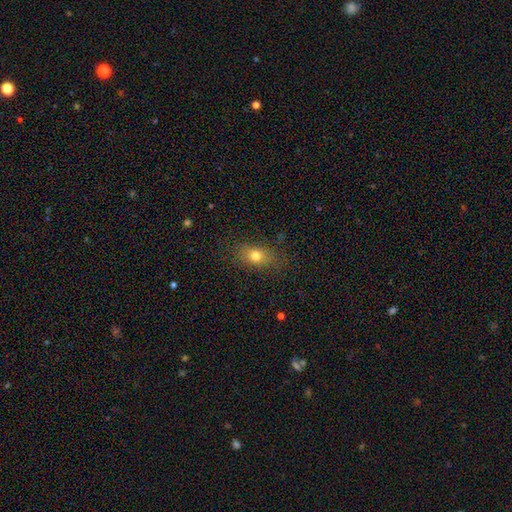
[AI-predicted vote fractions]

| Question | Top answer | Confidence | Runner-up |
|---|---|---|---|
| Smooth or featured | smooth | 75% | featured or disk (13%) |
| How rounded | in between | 72% | round (23%) |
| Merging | none | 80% | minor disturbance (14%) |